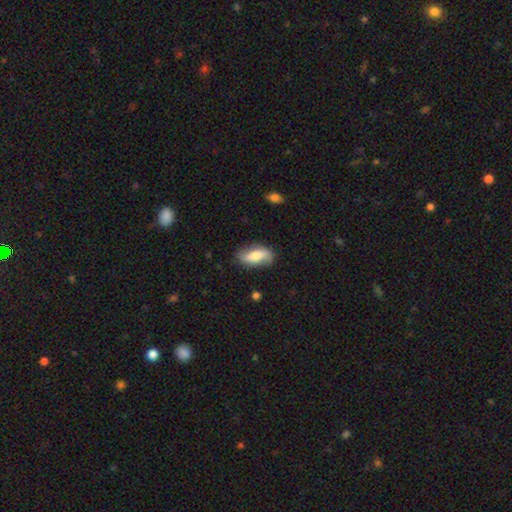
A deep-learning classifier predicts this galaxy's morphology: Smooth or featured? smooth (56%)
How rounded? in between (85%)
Merging? none (77%)